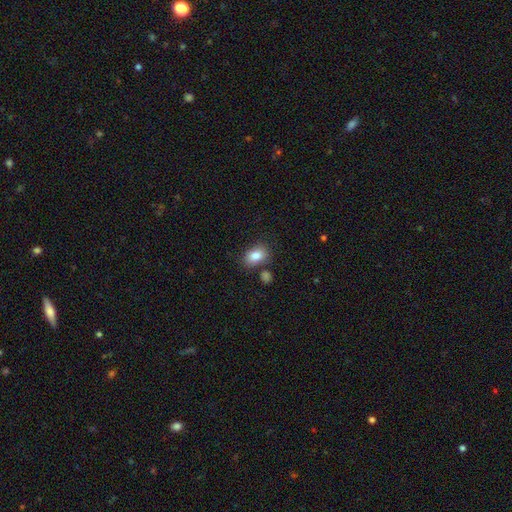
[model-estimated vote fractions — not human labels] Morphology: type=smooth (83%); roundness=in between (81%); merging=none (74%).